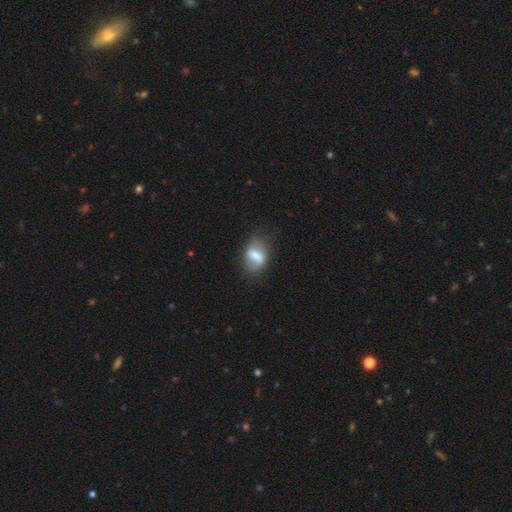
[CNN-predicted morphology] This is possibly a smooth galaxy (58%). How rounded: likely in between (80%). Merging: likely none (63%).